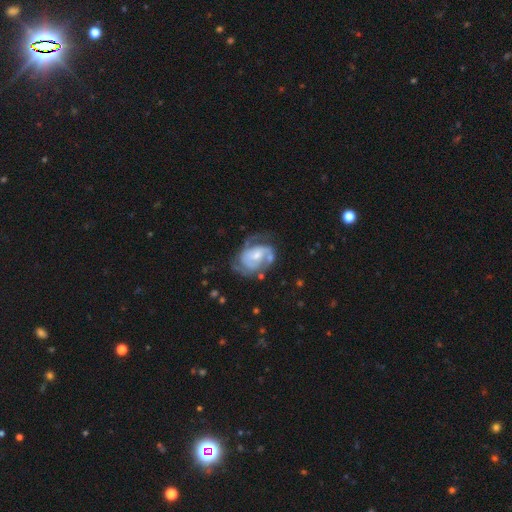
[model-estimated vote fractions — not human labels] Q: Smooth or featured?
A: featured or disk (83%); runner-up: smooth (12%)
Q: Edge-on disk?
A: no (97%); runner-up: yes (3%)
Q: Bar?
A: no (53%); runner-up: weak (36%)
Q: Spiral arms?
A: yes (92%); runner-up: no (8%)
Q: Spiral winding?
A: medium (44%); runner-up: tight (41%)
Q: Spiral arm count?
A: 2 (63%); runner-up: can't tell (15%)
Q: Bulge size?
A: small (46%); runner-up: moderate (42%)
Q: Merging?
A: none (50%); runner-up: minor disturbance (23%)